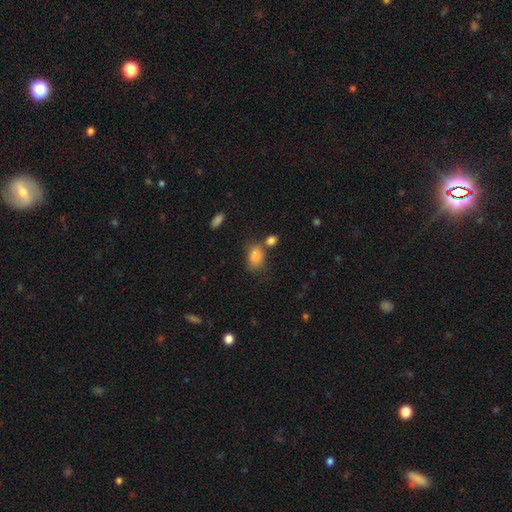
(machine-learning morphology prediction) type=smooth (85%); roundness=in between (80%); merging=none (52%).